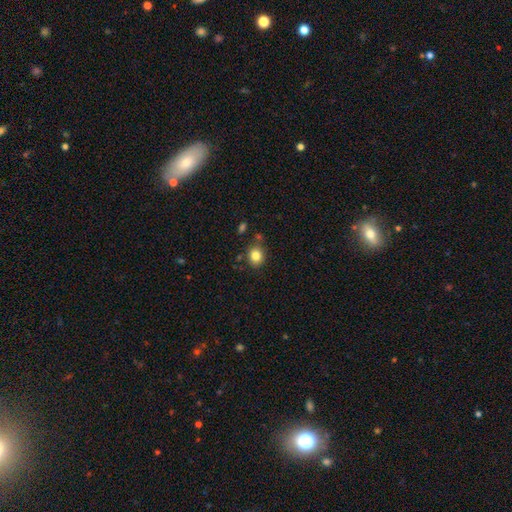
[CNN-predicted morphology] smooth-or-featured: smooth: 83% | star or artifact: 10% | featured or disk: 7%
  how-rounded: round: 68% | in between: 31% | cigar-shaped: 1%
  merging: none: 77% | minor disturbance: 13% | merger: 6% | major disturbance: 4%